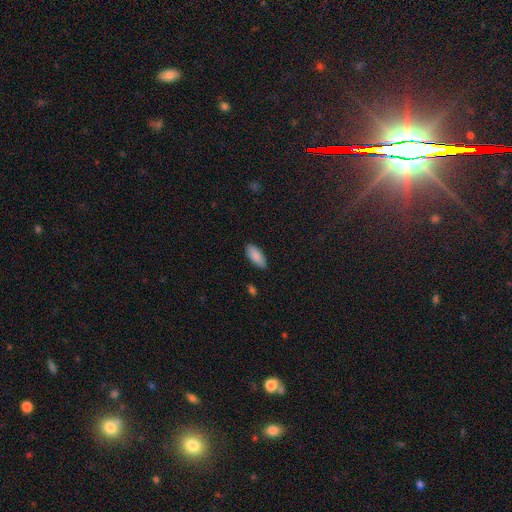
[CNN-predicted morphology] A smooth galaxy with no disk features (88%) that is in between round and cigar-shaped (87%). Merging: none (86%).